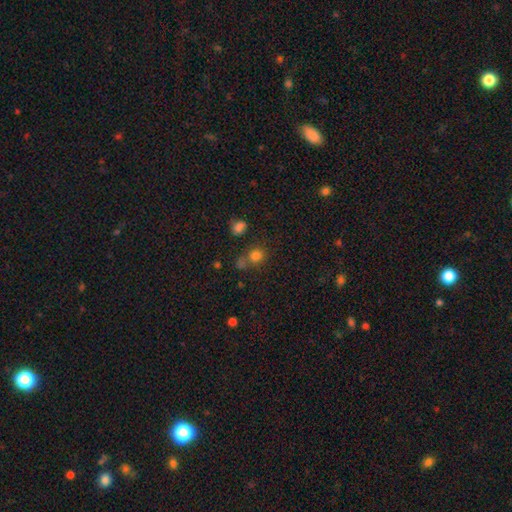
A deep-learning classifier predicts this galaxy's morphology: Smooth or featured?
  - smooth: 76% *
  - star or artifact: 17%
  - featured or disk: 7%
How rounded?
  - round: 84% *
  - in between: 15%
  - cigar-shaped: 1%
Merging?
  - none: 62% *
  - merger: 23%
  - minor disturbance: 11%
  - major disturbance: 5%